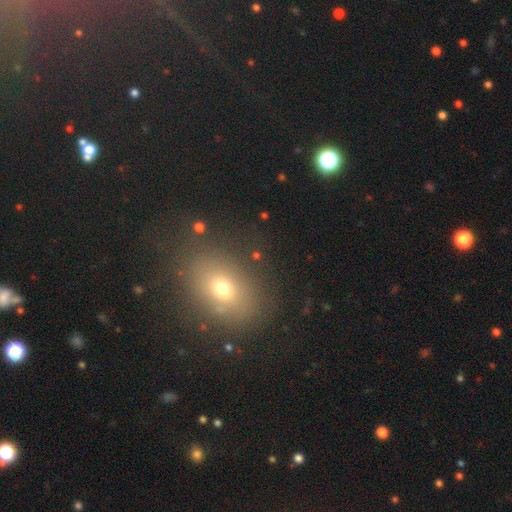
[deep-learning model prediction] This appears to be a smooth galaxy with no disk features (61%) that is in between round and cigar-shaped (60%). Merging: none (82%).